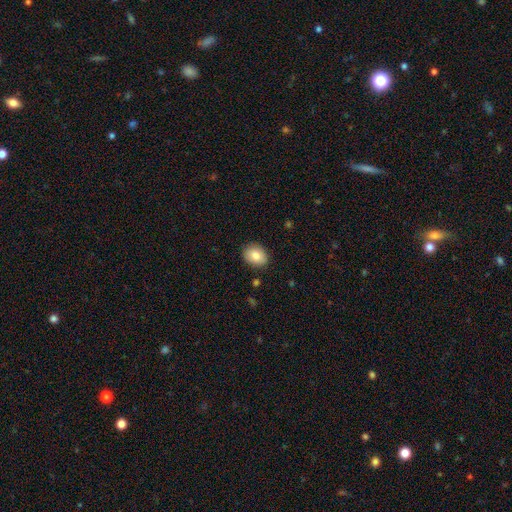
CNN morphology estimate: Overall: smooth (85%). How rounded: in between (57%; round 42%). Merging: none (88%).